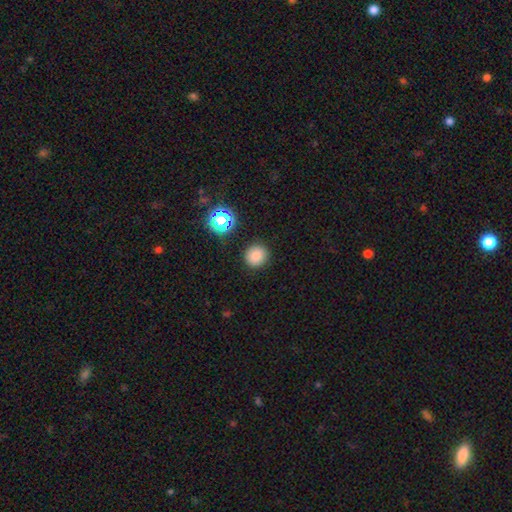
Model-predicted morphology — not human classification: This appears to be a smooth galaxy with no disk features (80%) that is round (88%). Merging: none (88%).